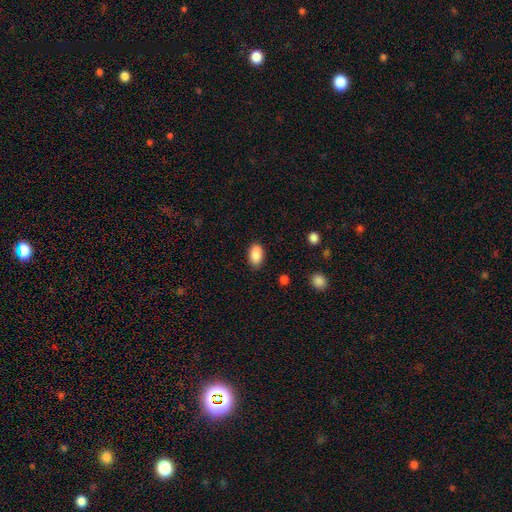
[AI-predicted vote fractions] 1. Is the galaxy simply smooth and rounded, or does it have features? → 90% smooth, 7% star or artifact, 3% featured or disk.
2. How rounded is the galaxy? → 93% in between, 5% round, 2% cigar-shaped.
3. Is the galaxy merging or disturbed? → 87% none, 10% minor disturbance, 2% major disturbance, 1% merger.